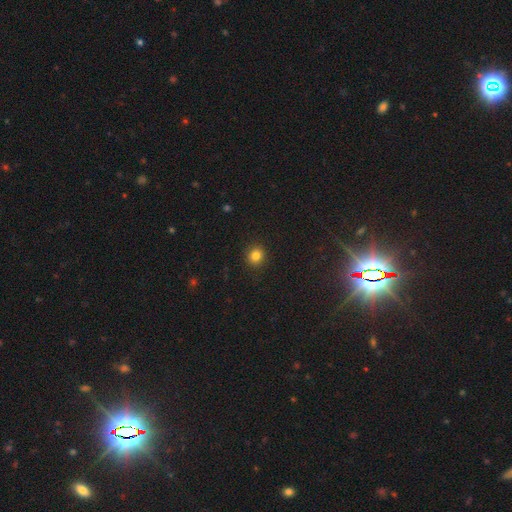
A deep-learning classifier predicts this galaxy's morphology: The model was most divided on "smooth or featured": smooth: 83%, star or artifact: 12%, featured or disk: 5%. More confident: merging — none (92%); how rounded — round (88%).